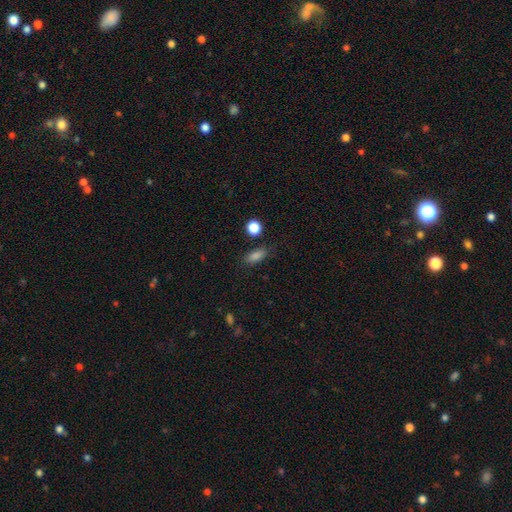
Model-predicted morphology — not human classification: A smooth galaxy with no disk features (85%) that is in between round and cigar-shaped (78%). Merging: none (81%).